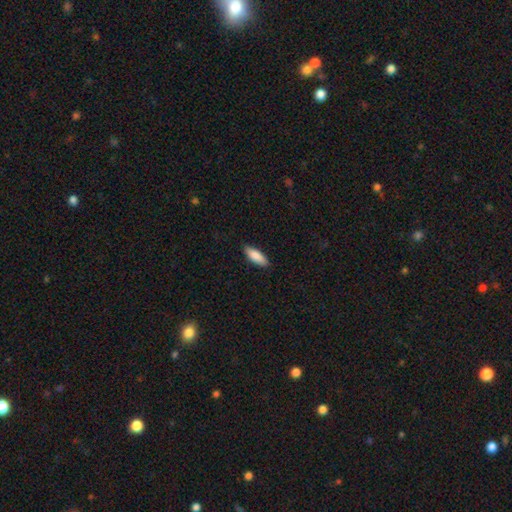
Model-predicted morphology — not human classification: Smooth or featured? Predicted: smooth (p=0.86). How rounded? Predicted: in between (p=0.60). Merging? Predicted: none (p=0.86).